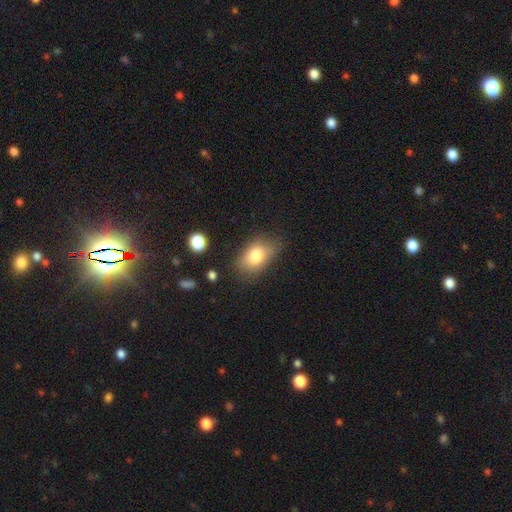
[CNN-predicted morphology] A smooth galaxy with no disk features (78%) that is in between round and cigar-shaped (85%).

Vote fractions:
- Smooth or featured? smooth: 78% / featured or disk: 13% / star or artifact: 9%
- How rounded? in between: 85% / round: 13% / cigar-shaped: 2%
- Merging? none: 64% / minor disturbance: 25% / major disturbance: 8% / merger: 2%